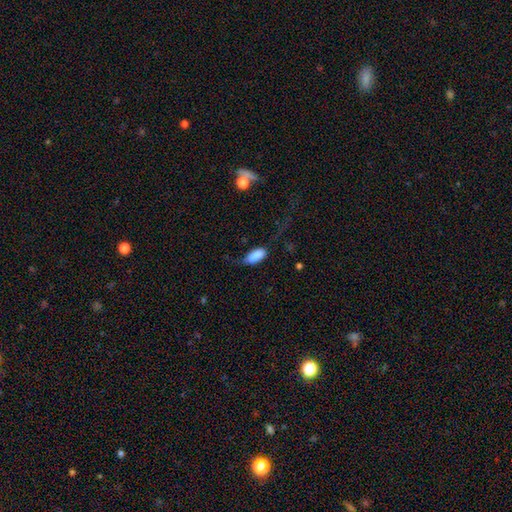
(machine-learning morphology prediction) This is clearly a smooth galaxy (84%). How rounded: clearly in between (86%). Merging: marginally none (36%).